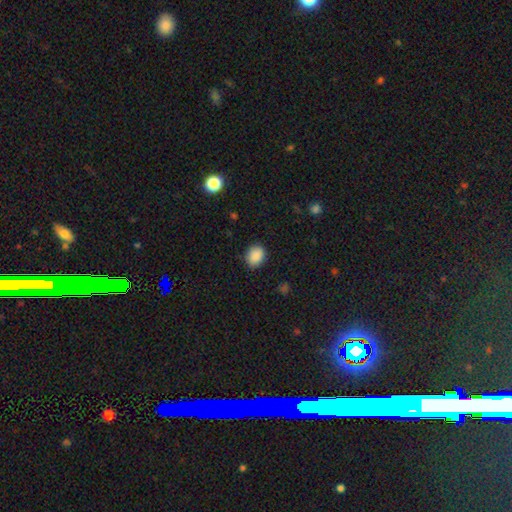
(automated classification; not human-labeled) smooth-or-featured: smooth: 89% | star or artifact: 8% | featured or disk: 3%
  how-rounded: in between: 51% | round: 48% | cigar-shaped: 1%
  merging: none: 86% | minor disturbance: 10% | major disturbance: 3% | merger: 1%